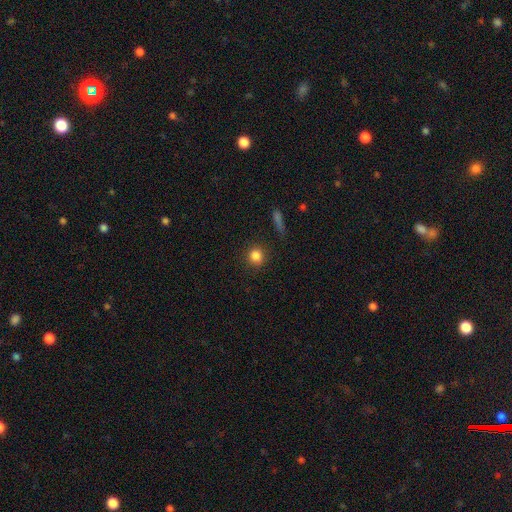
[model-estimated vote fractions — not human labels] smooth-or-featured: smooth: 85% | star or artifact: 11% | featured or disk: 5%
  how-rounded: round: 84% | in between: 14% | cigar-shaped: 2%
  merging: none: 88% | minor disturbance: 8% | major disturbance: 3% | merger: 2%